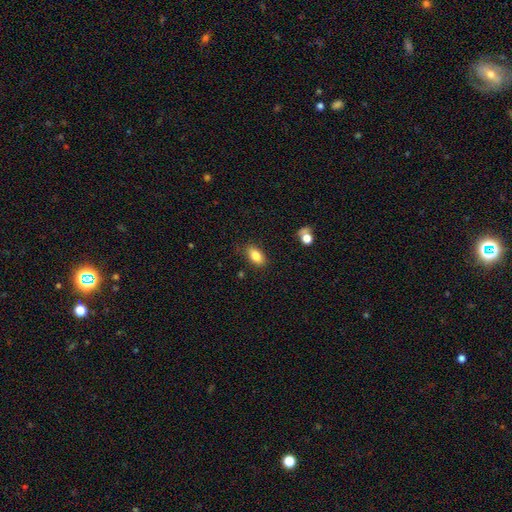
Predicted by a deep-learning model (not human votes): Smooth or featured?
  - smooth: 84% *
  - star or artifact: 8%
  - featured or disk: 8%
How rounded?
  - in between: 89% *
  - round: 7%
  - cigar-shaped: 4%
Merging?
  - none: 82% *
  - minor disturbance: 13%
  - major disturbance: 3%
  - merger: 2%